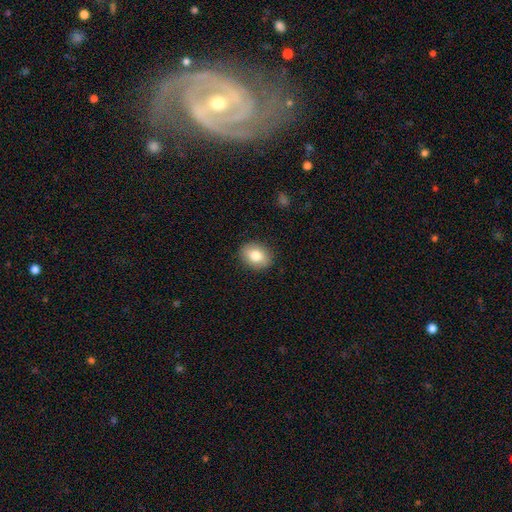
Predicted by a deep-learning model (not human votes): smooth 81%, featured or disk 11%, star or artifact 8%. Down the decision tree: how rounded — in between (63%); merging — none (88%).